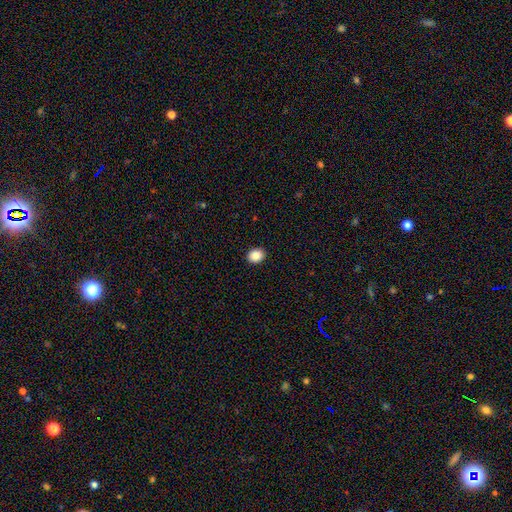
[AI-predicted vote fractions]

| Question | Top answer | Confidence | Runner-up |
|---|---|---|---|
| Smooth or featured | smooth | 87% | star or artifact (9%) |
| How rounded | round | 65% | in between (34%) |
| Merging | none | 92% | minor disturbance (5%) |